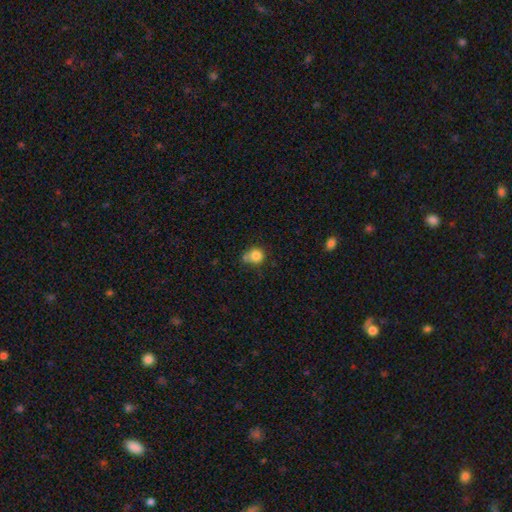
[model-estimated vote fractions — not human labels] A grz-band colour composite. It shows a smooth galaxy with no disk features (82%) that is round (81%). Merging: none (50%).